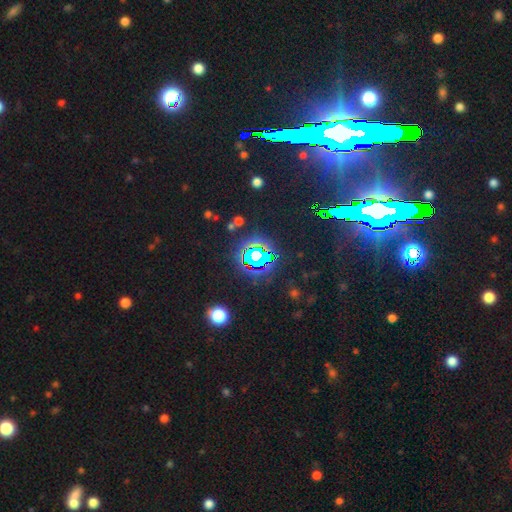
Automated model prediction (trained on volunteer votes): The model was most divided on "smooth or featured": star or artifact: 74%, smooth: 15%, featured or disk: 11%.